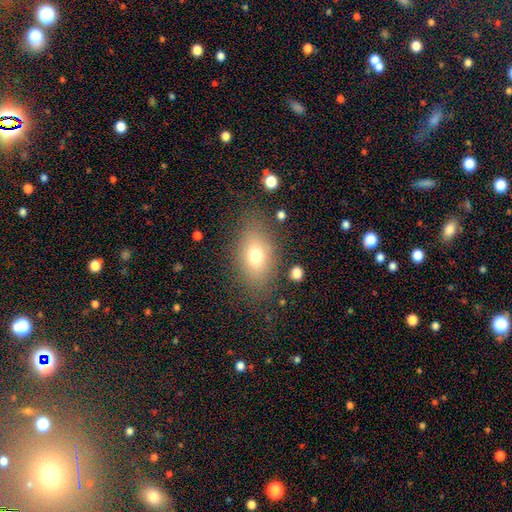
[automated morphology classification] A smooth galaxy with no disk features (72%) that is in between round and cigar-shaped (83%). Merging: none (78%).